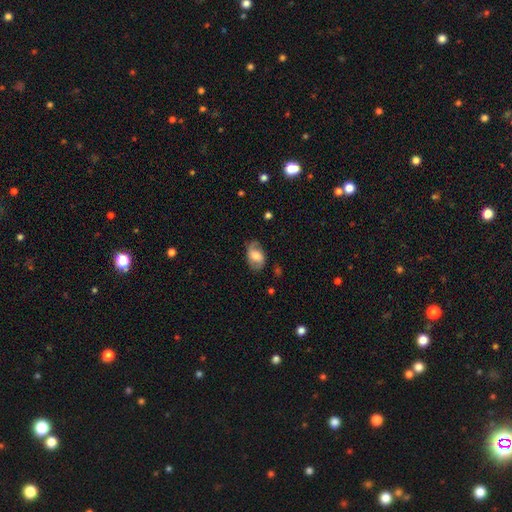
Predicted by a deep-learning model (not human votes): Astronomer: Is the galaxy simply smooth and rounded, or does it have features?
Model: smooth — 48% (runner-up: featured or disk, 44%).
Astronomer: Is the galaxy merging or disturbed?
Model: none — 69%.